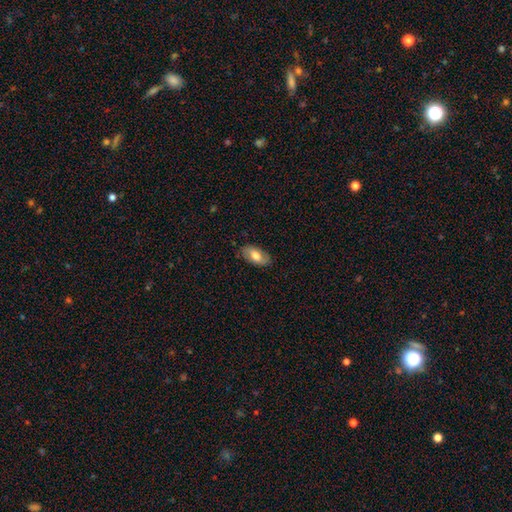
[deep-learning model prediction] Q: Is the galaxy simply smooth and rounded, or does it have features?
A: smooth — 67%.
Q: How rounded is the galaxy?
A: in between — 93%.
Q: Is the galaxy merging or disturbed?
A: none — 83%.